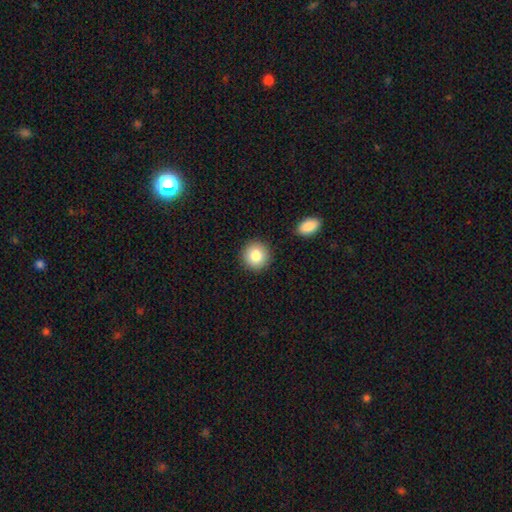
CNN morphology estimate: smooth-or-featured: smooth: 84% | star or artifact: 8% | featured or disk: 7%
  how-rounded: round: 93% | in between: 6% | cigar-shaped: 1%
  merging: none: 89% | minor disturbance: 6% | merger: 3% | major disturbance: 2%